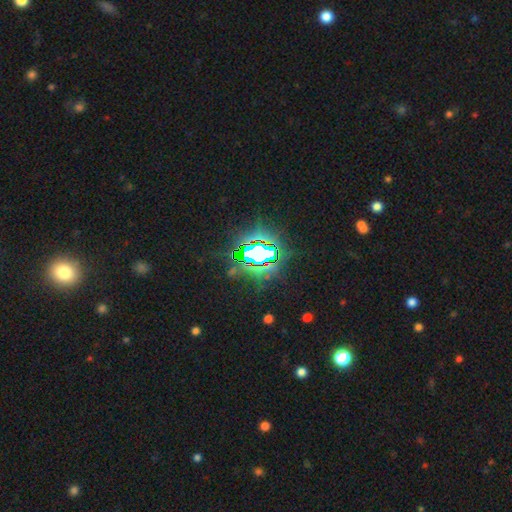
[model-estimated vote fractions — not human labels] smooth_or_featured: star or artifact (p=0.78) [alt: smooth p=0.12]